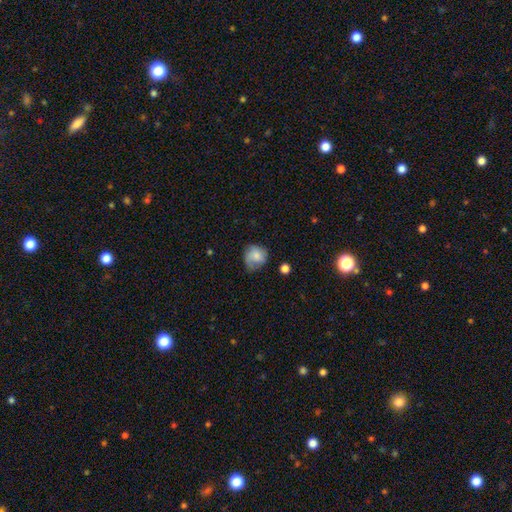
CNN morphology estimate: The model was most divided on "merging": none: 52%, minor disturbance: 32%, major disturbance: 14%, merger: 2%. More confident: how rounded — round (76%); smooth or featured — smooth (72%).